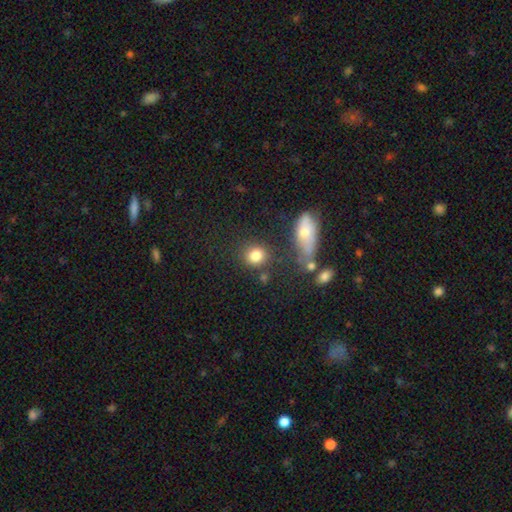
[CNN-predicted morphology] The model was most divided on "how rounded": round: 76%, in between: 22%, cigar-shaped: 2%. More confident: smooth or featured — smooth (82%); merging — none (74%).